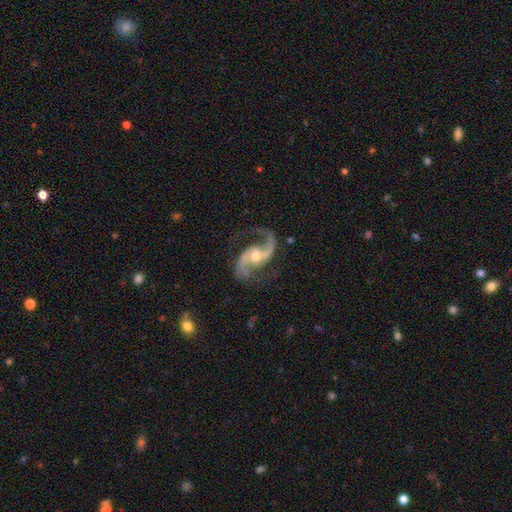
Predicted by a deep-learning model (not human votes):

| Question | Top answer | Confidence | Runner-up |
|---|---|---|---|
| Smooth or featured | featured or disk | 94% | star or artifact (4%) |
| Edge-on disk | no | 98% | yes (2%) |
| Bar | no | 48% | weak (36%) |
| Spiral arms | yes | 98% | no (2%) |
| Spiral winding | medium | 47% | loose (45%) |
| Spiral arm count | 2 | 94% | 3 (1%) |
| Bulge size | moderate | 62% | small (32%) |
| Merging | none | 78% | minor disturbance (14%) |